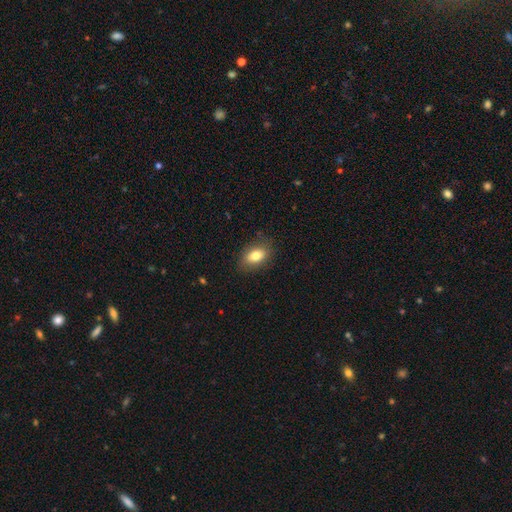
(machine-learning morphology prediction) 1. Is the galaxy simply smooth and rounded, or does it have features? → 80% smooth, 12% featured or disk, 8% star or artifact.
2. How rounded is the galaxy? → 86% in between, 12% round, 3% cigar-shaped.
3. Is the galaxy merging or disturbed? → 84% none, 12% minor disturbance, 3% major disturbance, 1% merger.